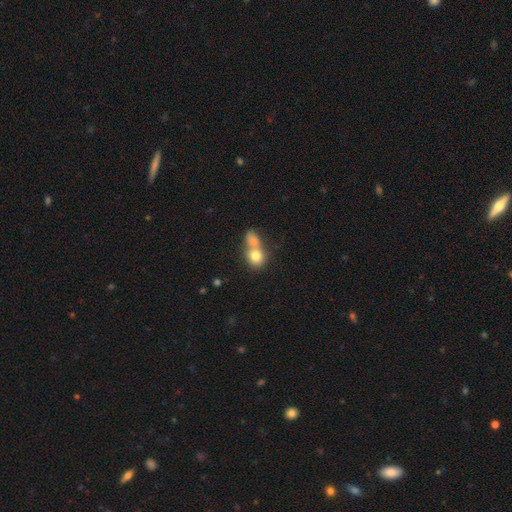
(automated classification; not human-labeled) smooth-or-featured: smooth: 76% | featured or disk: 14% | star or artifact: 9%
  how-rounded: round: 68% | in between: 31% | cigar-shaped: 2%
  merging: merger: 63% | none: 25% | minor disturbance: 8% | major disturbance: 4%